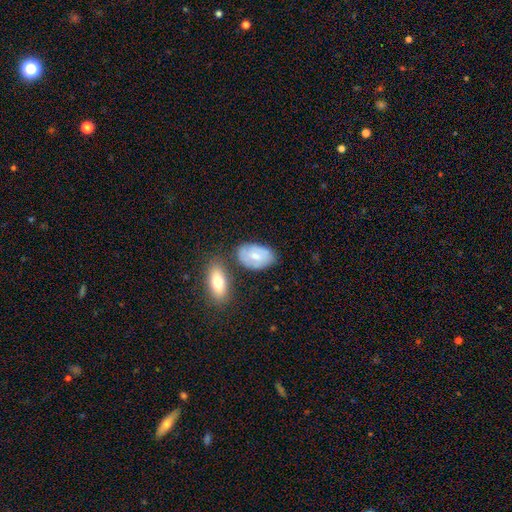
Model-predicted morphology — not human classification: The model was most divided on "smooth or featured": smooth: 63%, featured or disk: 31%, star or artifact: 6%. More confident: how rounded — in between (91%); merging — none (60%).